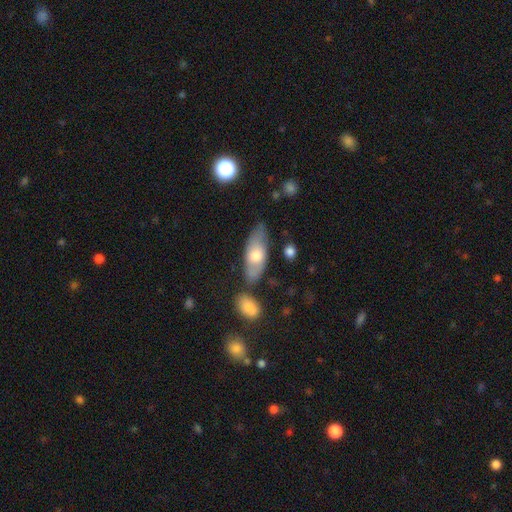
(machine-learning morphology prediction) A smooth galaxy with no disk features (61%) that is in between round and cigar-shaped (78%). Merging: none (67%).